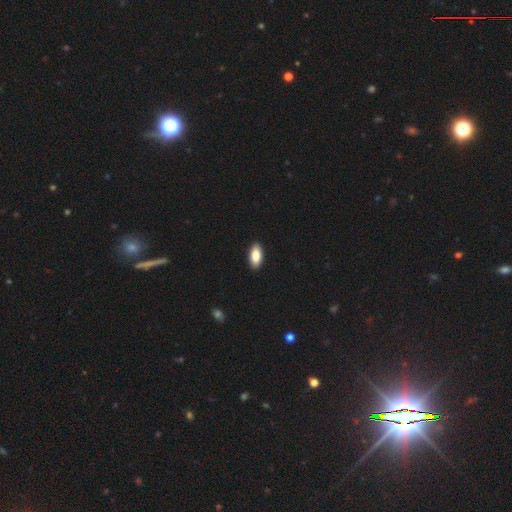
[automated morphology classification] Smooth or featured? Predicted: smooth (p=0.86). How rounded? Predicted: in between (p=0.89). Merging? Predicted: none (p=0.91).